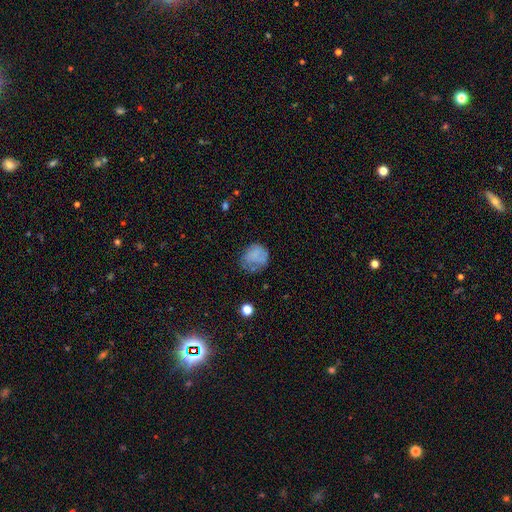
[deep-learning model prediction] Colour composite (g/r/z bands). It shows a smooth galaxy with no disk features (71%) that is round (73%). Merging: none (49%).